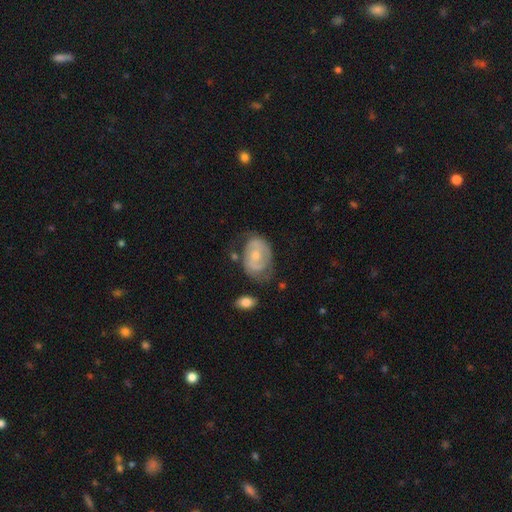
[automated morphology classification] Q: Smooth or featured?
A: featured or disk (61%); runner-up: smooth (32%)
Q: Edge-on disk?
A: no (96%); runner-up: yes (4%)
Q: Bar?
A: no (63%); runner-up: weak (30%)
Q: Spiral arms?
A: yes (68%); runner-up: no (32%)
Q: Bulge size?
A: small (54%); runner-up: moderate (41%)
Q: Merging?
A: none (50%); runner-up: minor disturbance (29%)